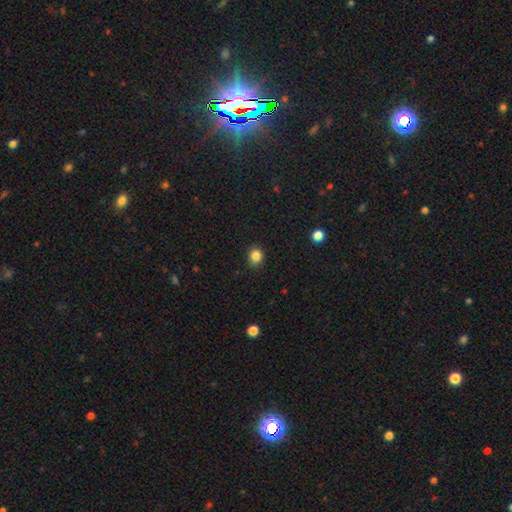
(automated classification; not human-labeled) smooth_or_featured: smooth (p=0.85) [alt: star or artifact p=0.12]
how_rounded: round (p=0.74) [alt: in between p=0.25]
merging: none (p=0.85) [alt: minor disturbance p=0.12]